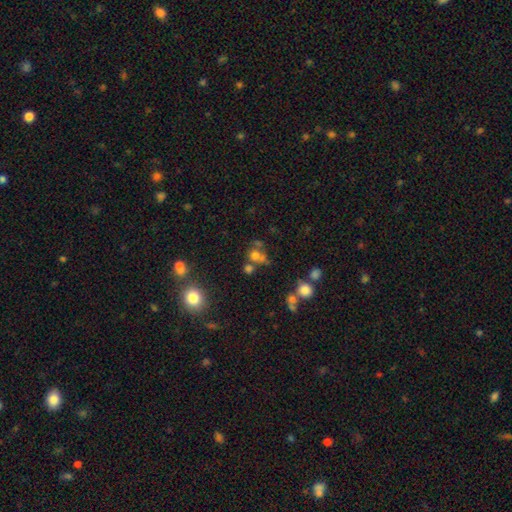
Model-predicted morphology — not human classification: Q: Smooth or featured?
A: smooth (65%); runner-up: star or artifact (21%)
Q: How rounded?
A: round (77%); runner-up: in between (22%)
Q: Merging?
A: none (46%); runner-up: merger (35%)